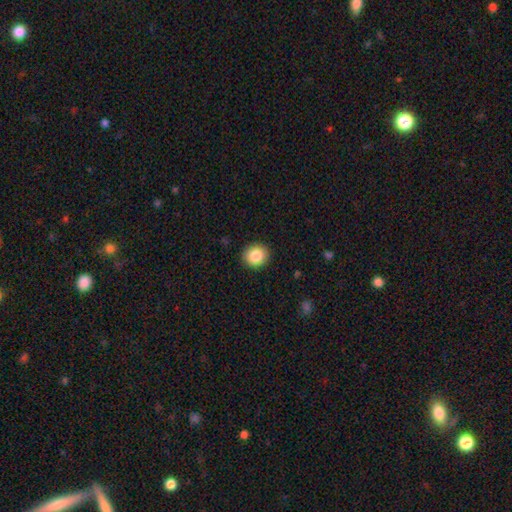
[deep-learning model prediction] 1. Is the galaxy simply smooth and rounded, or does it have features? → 85% smooth, 9% star or artifact, 6% featured or disk.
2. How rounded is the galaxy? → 85% round, 14% in between, 1% cigar-shaped.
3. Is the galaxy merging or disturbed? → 92% none, 6% minor disturbance, 2% major disturbance, 1% merger.